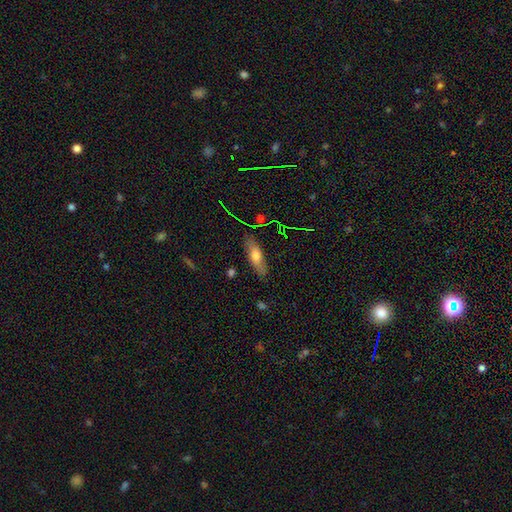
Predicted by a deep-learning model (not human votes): A smooth galaxy with no disk features (62%) that is in between round and cigar-shaped (56%).

Vote fractions:
- Smooth or featured? smooth: 62% / featured or disk: 27% / star or artifact: 10%
- How rounded? in between: 56% / cigar-shaped: 41% / round: 3%
- Merging? none: 81% / minor disturbance: 14% / major disturbance: 3% / merger: 2%